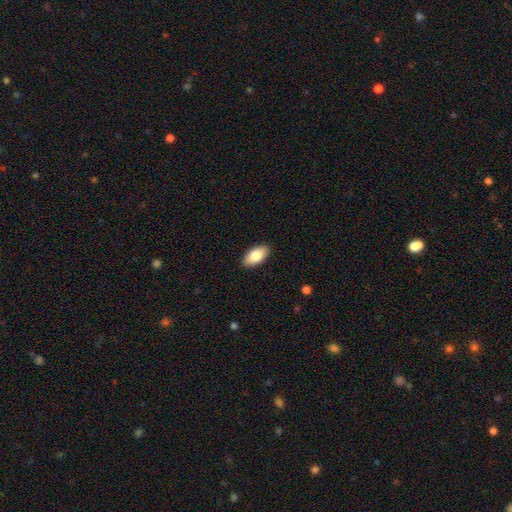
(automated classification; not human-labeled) Morphology: type=smooth (81%); roundness=in between (93%); merging=none (89%).